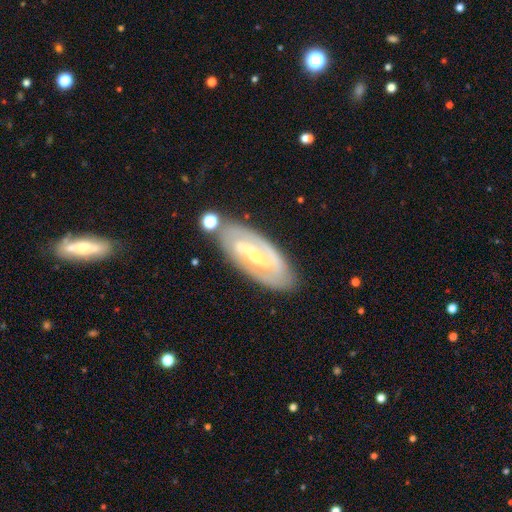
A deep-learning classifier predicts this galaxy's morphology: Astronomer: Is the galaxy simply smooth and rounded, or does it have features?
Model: featured or disk — 86%.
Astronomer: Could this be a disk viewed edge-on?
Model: no — 92%.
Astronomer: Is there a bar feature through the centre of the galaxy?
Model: strong — 57%.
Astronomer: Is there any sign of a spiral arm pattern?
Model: yes — 89%.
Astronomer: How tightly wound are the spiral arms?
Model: tight — 46% (runner-up: medium, 41%).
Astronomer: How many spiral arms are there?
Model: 2 — 86%.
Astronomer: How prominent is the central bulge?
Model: small — 53% (runner-up: moderate, 42%).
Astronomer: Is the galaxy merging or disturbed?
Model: none — 81%.